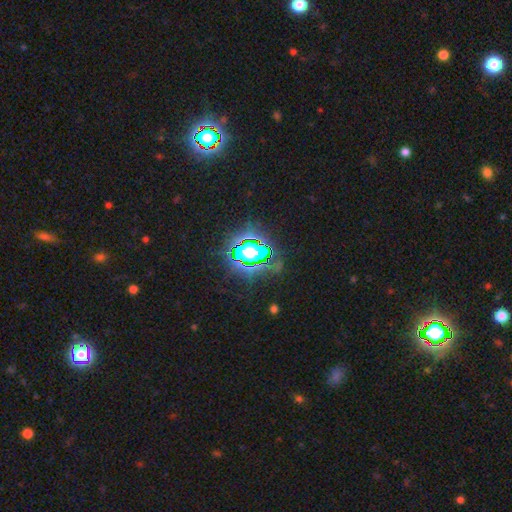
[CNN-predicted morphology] The model was most divided on "smooth or featured": star or artifact: 80%, smooth: 12%, featured or disk: 8%.